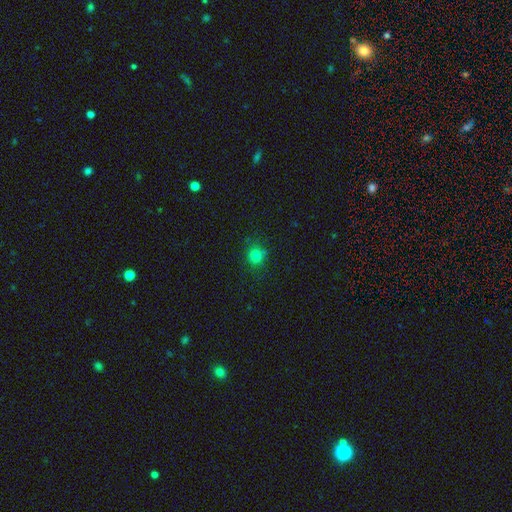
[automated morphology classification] smooth_or_featured: smooth (p=0.79) [alt: star or artifact p=0.15]
how_rounded: round (p=0.88) [alt: in between p=0.11]
merging: none (p=0.82) [alt: minor disturbance p=0.13]